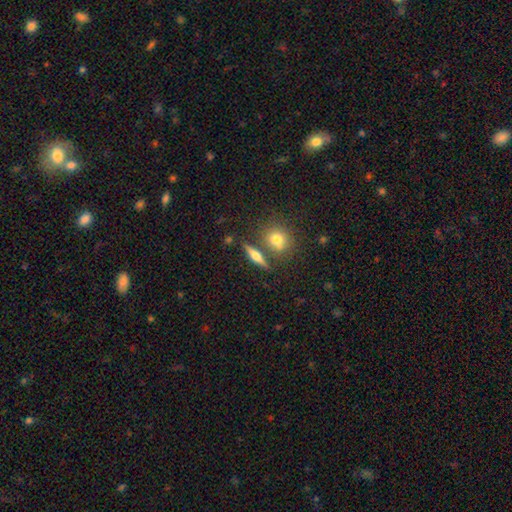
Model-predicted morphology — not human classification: type=featured or disk (54%); edge-on=yes (92%); merging=none (76%).